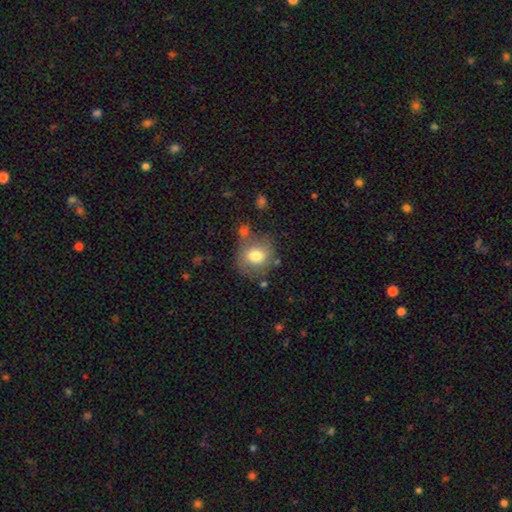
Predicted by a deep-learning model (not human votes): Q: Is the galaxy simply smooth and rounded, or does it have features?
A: smooth — 75%.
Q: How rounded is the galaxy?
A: round — 77%.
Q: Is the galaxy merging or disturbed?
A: none — 66%.